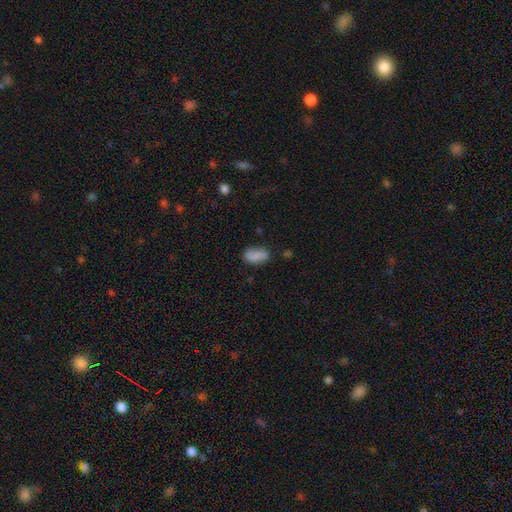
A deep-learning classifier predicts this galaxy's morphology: This is likely a smooth galaxy (75%). How rounded: clearly in between (91%). Merging: likely none (69%).